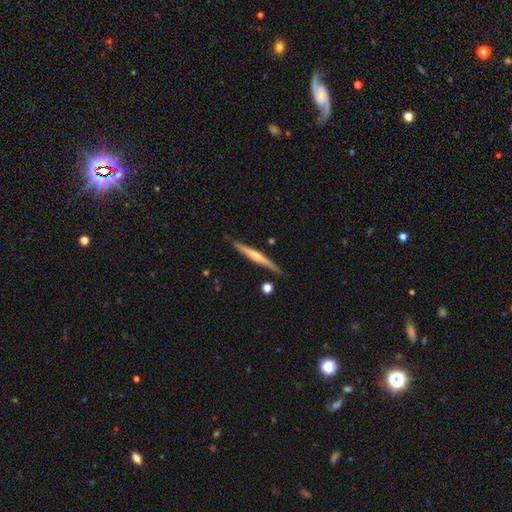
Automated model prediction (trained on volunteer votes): Smooth or featured?
  - featured or disk: 55% *
  - smooth: 39%
  - star or artifact: 6%
Edge-on disk?
  - yes: 97% *
  - no: 3%
Edge-on bulge?
  - rounded: 52% *
  - none: 38%
  - boxy: 10%
Merging?
  - none: 86% *
  - minor disturbance: 10%
  - merger: 2%
  - major disturbance: 2%